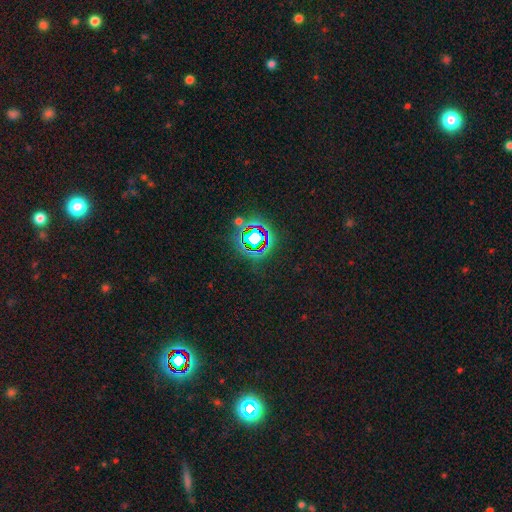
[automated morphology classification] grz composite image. It shows a star or artifact, not a galaxy (76%).